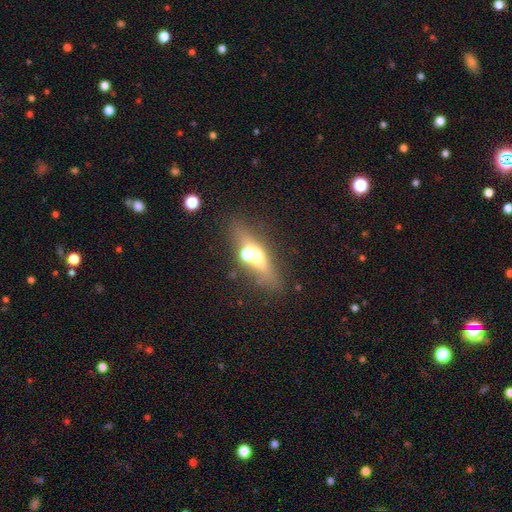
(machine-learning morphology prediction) featured or disk 46%, smooth 40%, star or artifact 14%. Down the decision tree: merging — none (56%).